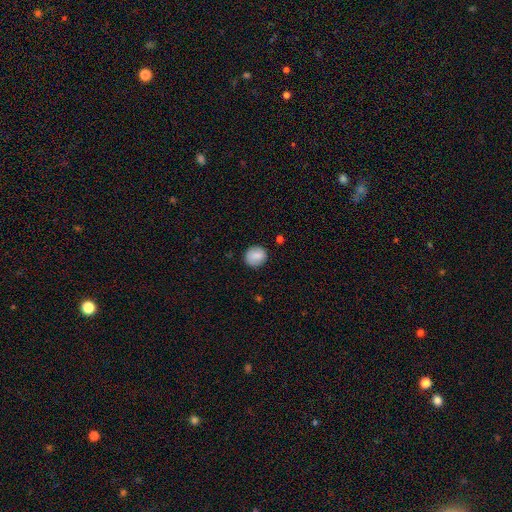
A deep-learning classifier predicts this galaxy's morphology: A smooth galaxy with no disk features (84%) that is round (81%).

Vote fractions:
- Smooth or featured? smooth: 84% / featured or disk: 9% / star or artifact: 8%
- How rounded? round: 81% / in between: 18% / cigar-shaped: 1%
- Merging? none: 84% / minor disturbance: 11% / major disturbance: 3% / merger: 1%